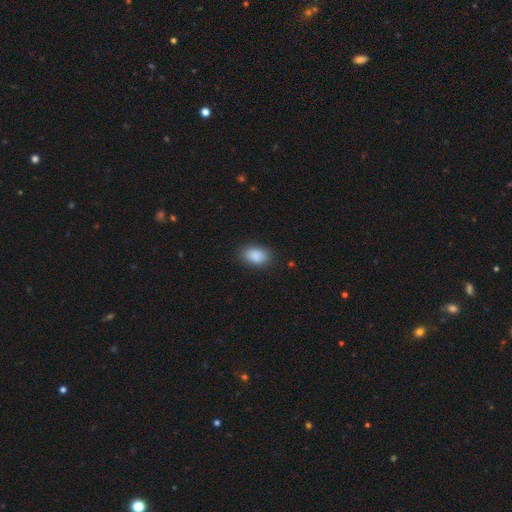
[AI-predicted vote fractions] The model was most divided on "how rounded": in between: 86%, round: 12%, cigar-shaped: 1%. More confident: smooth or featured — smooth (89%); merging — none (86%).